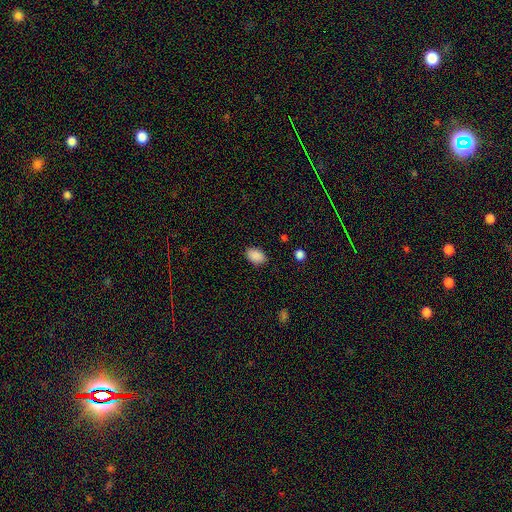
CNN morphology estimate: The model was most divided on "merging": none: 84%, minor disturbance: 12%, major disturbance: 3%, merger: 1%. More confident: smooth or featured — smooth (89%); how rounded — in between (86%).